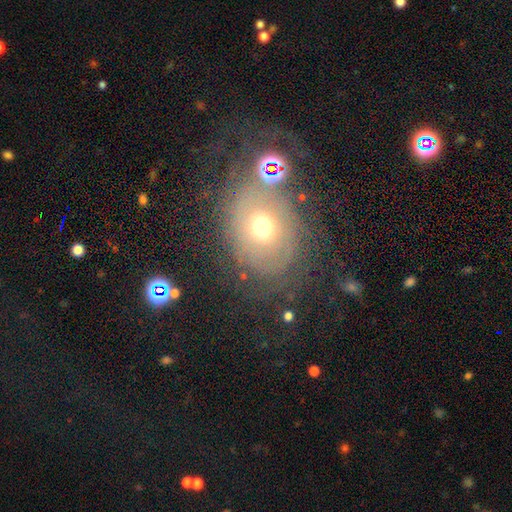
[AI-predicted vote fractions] A featured or disk galaxy (51%).

Vote fractions:
- Smooth or featured? featured or disk: 51% / smooth: 30% / star or artifact: 19%
- Edge-on disk? no: 95% / yes: 5%
- Merging? none: 60% / minor disturbance: 18% / major disturbance: 14% / merger: 8%